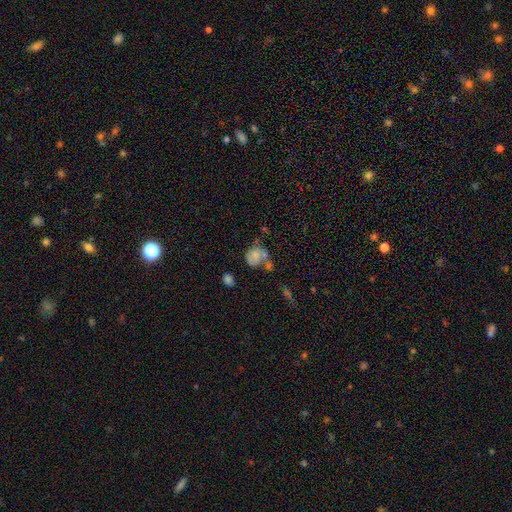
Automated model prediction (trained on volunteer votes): This is likely a smooth galaxy (65%). How rounded: likely round (66%). Merging: marginally none (34%).